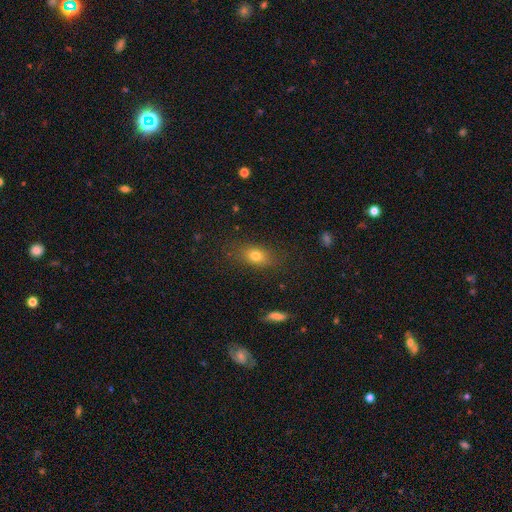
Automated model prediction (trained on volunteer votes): A smooth galaxy with no disk features (74%) that is in between round and cigar-shaped (70%).

Vote fractions:
- Smooth or featured? smooth: 74% / star or artifact: 13% / featured or disk: 12%
- How rounded? in between: 70% / round: 23% / cigar-shaped: 7%
- Merging? none: 81% / minor disturbance: 13% / major disturbance: 5% / merger: 2%